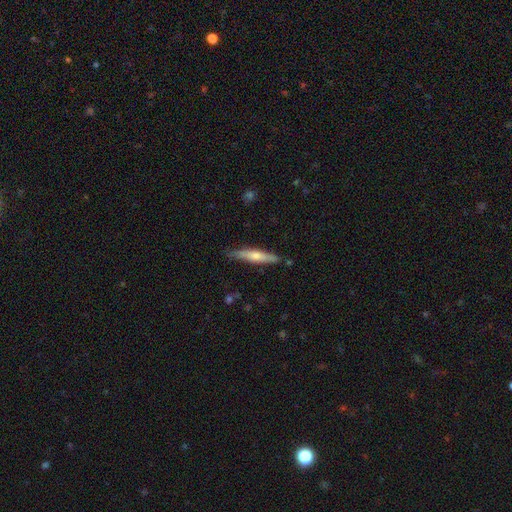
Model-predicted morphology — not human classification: This is possibly a featured or disk galaxy (53%). It is clearly viewed edge-on (94%). Edge-on bulge: likely rounded (76%). Merging: clearly none (85%).